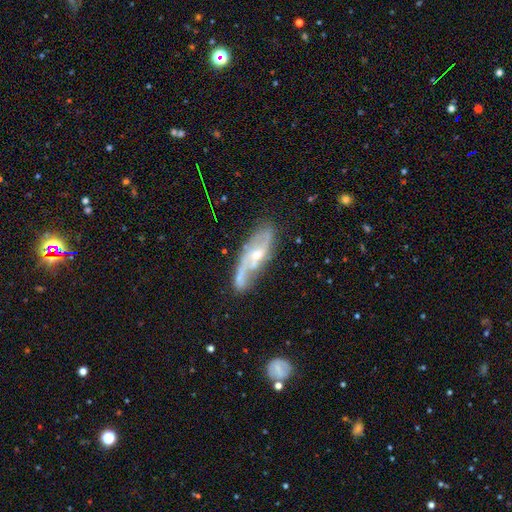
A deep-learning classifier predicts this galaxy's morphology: smooth_or_featured: featured or disk (p=0.80) [alt: smooth p=0.14]
disk_edge_on: no (p=0.82) [alt: yes p=0.18]
bar: no (p=0.47) [alt: weak p=0.41]
has_spiral_arms: yes (p=0.90) [alt: no p=0.10]
spiral_winding: loose (p=0.44) [alt: medium p=0.39]
spiral_arm_count: 2 (p=0.74) [alt: can't tell p=0.13]
bulge_size: small (p=0.48) [alt: moderate p=0.46]
merging: none (p=0.60) [alt: minor disturbance p=0.23]